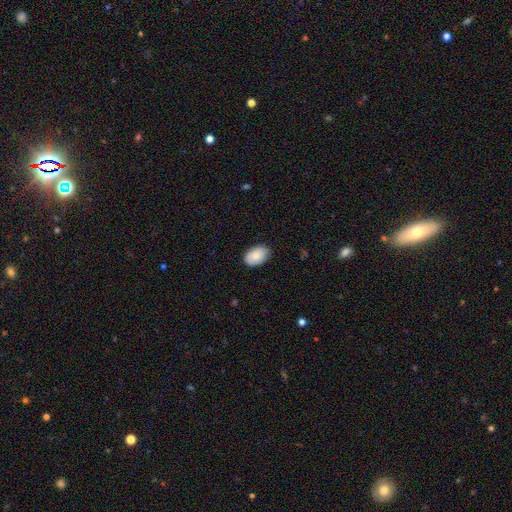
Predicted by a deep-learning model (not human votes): Smooth or featured?
  - smooth: 85% *
  - featured or disk: 9%
  - star or artifact: 6%
How rounded?
  - in between: 90% *
  - round: 9%
  - cigar-shaped: 1%
Merging?
  - none: 84% *
  - minor disturbance: 13%
  - major disturbance: 2%
  - merger: 1%